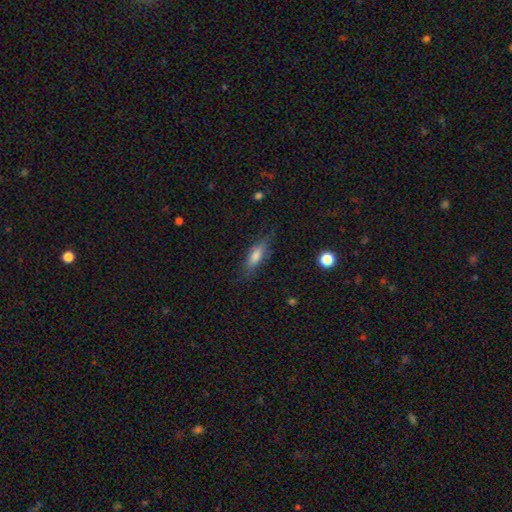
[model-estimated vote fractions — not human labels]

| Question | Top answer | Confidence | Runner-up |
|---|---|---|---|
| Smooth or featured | smooth | 70% | featured or disk (22%) |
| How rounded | in between | 55% | cigar-shaped (42%) |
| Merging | none | 77% | minor disturbance (17%) |